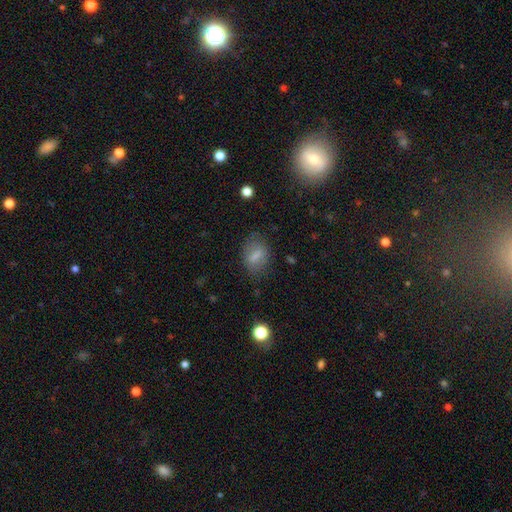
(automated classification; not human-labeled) smooth 69%, featured or disk 21%, star or artifact 10%. Down the decision tree: how rounded — in between (75%); merging — none (73%).